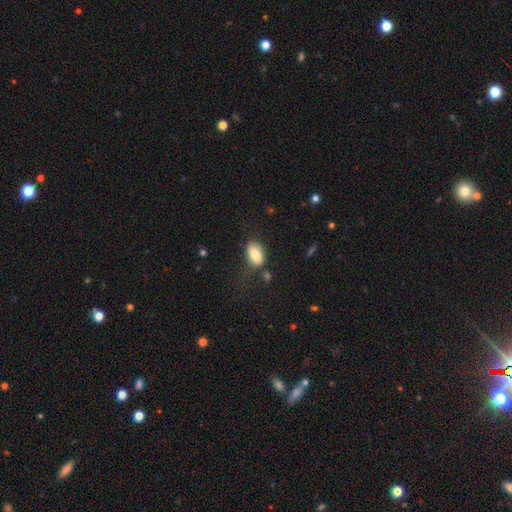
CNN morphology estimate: A smooth galaxy with no disk features (80%) that is in between round and cigar-shaped (90%). Merging: none (57%).